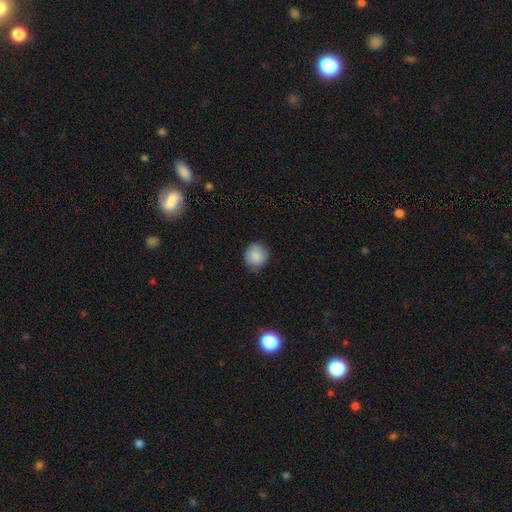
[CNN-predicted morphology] Overall: smooth (87%). How rounded: round (89%). Merging: none (83%).